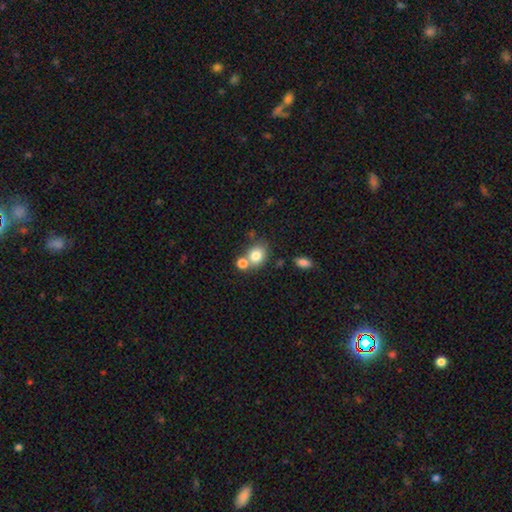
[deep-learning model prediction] Smooth or featured? smooth (79%)
How rounded? round (61%)
Merging? none (48%)